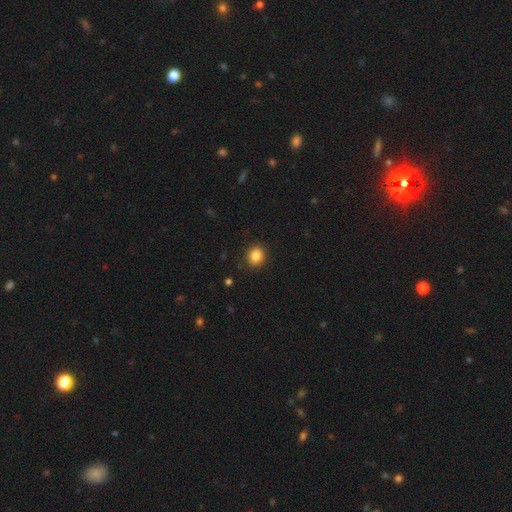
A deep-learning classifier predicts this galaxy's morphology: smooth 86%, star or artifact 10%, featured or disk 4%. Down the decision tree: how rounded — round (74%); merging — none (90%).